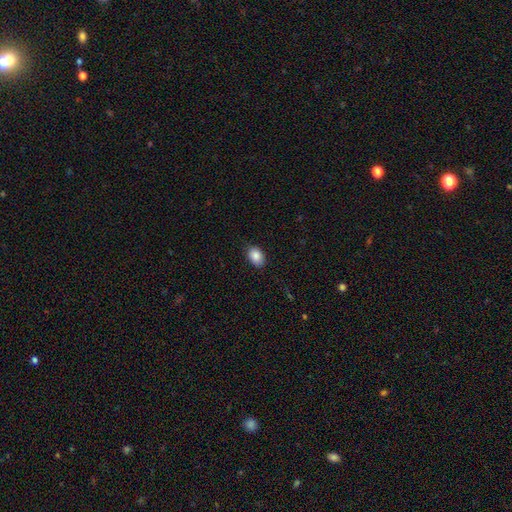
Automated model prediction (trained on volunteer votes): Overall: smooth (87%). How rounded: in between (80%). Merging: none (84%).